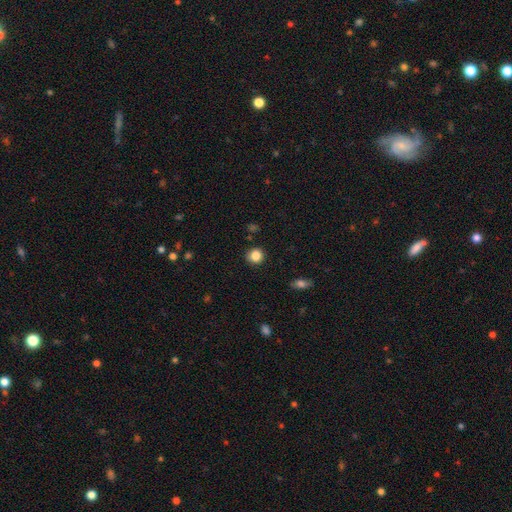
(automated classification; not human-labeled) Q: Smooth or featured?
A: smooth (85%); runner-up: star or artifact (10%)
Q: How rounded?
A: round (88%); runner-up: in between (11%)
Q: Merging?
A: none (87%); runner-up: minor disturbance (9%)